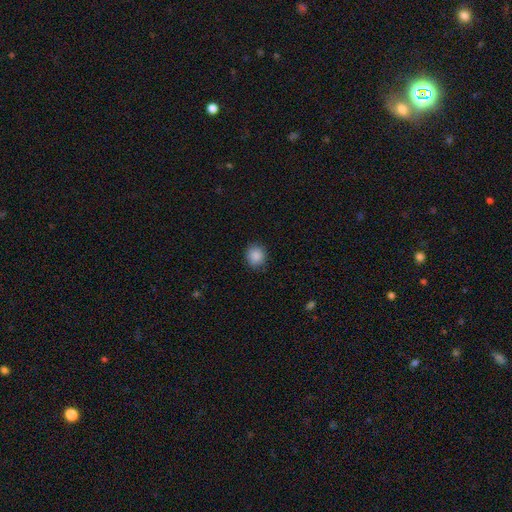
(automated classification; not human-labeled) The model was most divided on "how rounded": round: 79%, in between: 20%, cigar-shaped: 1%. More confident: smooth or featured — smooth (88%); merging — none (87%).